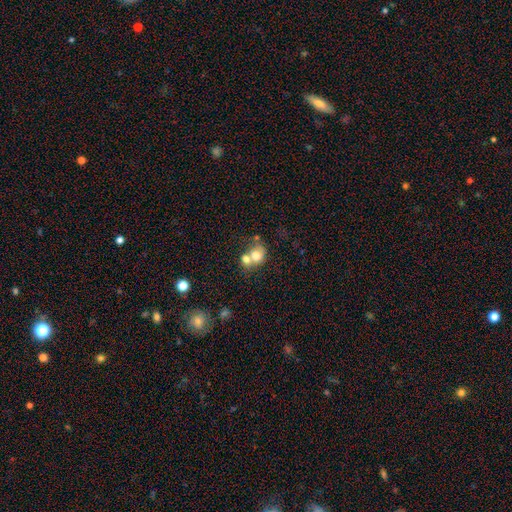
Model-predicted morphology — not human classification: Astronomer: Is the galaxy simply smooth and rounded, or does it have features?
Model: smooth — 71%.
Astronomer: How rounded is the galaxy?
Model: round — 62% (runner-up: in between, 37%).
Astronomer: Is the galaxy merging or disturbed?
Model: merger — 59%.